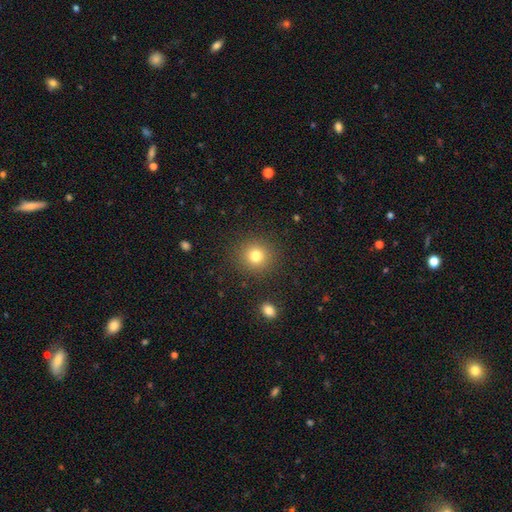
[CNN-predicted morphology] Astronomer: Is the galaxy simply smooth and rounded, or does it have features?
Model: smooth — 78%.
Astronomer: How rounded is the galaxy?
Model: round — 92%.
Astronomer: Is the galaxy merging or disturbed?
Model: none — 89%.